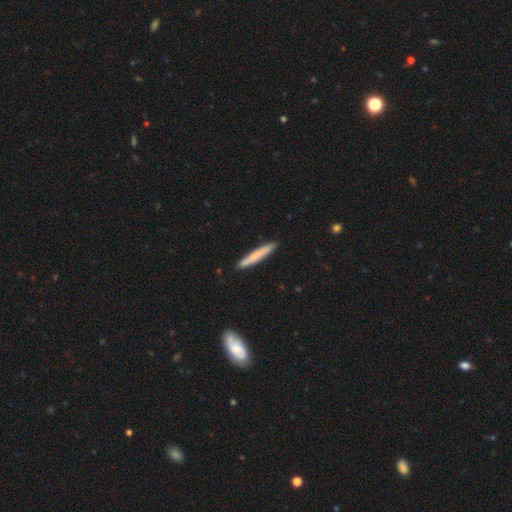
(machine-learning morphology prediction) smooth 71%, featured or disk 24%, star or artifact 5%. Down the decision tree: how rounded — cigar-shaped (95%); merging — none (90%).